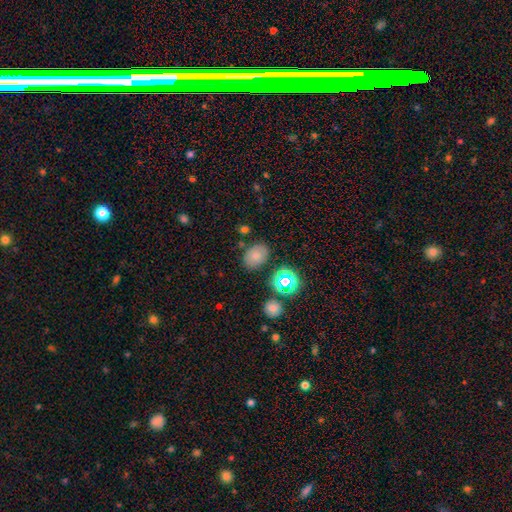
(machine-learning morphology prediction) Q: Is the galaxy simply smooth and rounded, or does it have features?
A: smooth — 76%.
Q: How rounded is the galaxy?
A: in between — 74%.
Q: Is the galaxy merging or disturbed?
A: none — 80%.